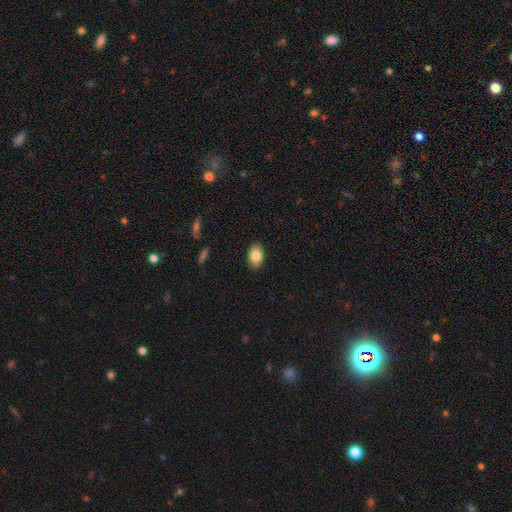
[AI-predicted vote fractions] This appears to be a smooth galaxy with no disk features (83%) that is in between round and cigar-shaped (88%). Merging: none (89%).